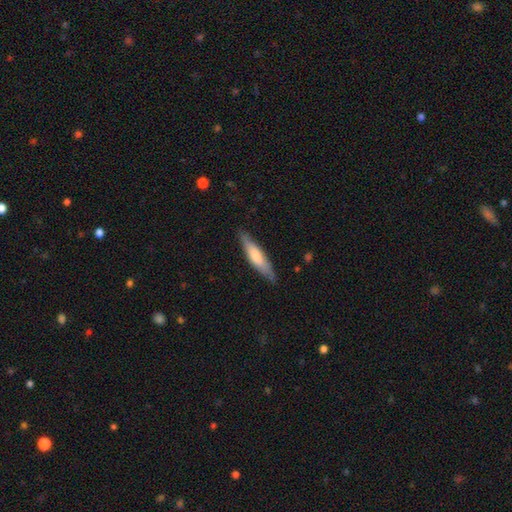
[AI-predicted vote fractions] Smooth or featured? smooth (59%)
How rounded? cigar-shaped (79%)
Merging? none (84%)